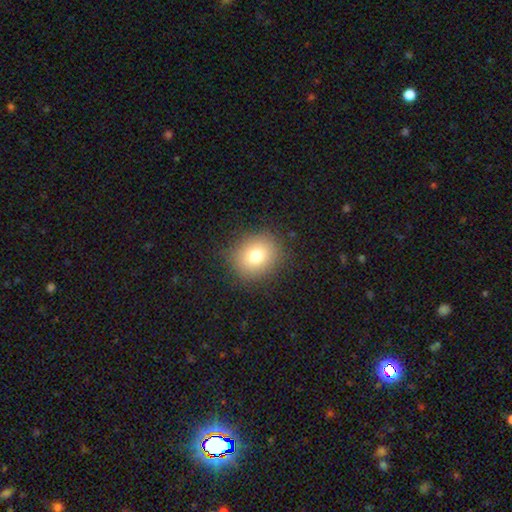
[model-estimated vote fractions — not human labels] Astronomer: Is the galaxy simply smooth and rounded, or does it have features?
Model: smooth — 77%.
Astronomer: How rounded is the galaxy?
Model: round — 72%.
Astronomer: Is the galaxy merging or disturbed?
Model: none — 86%.